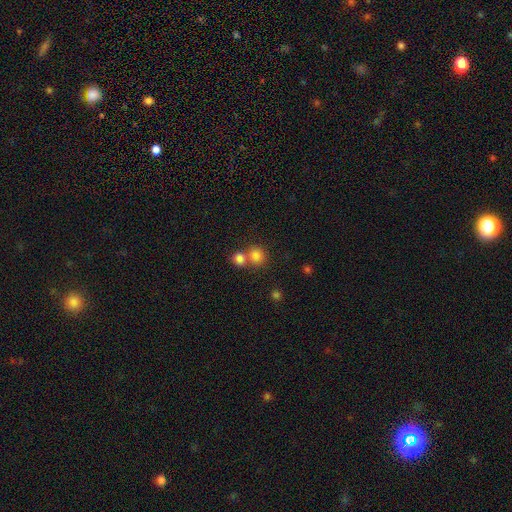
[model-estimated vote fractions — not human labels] A smooth galaxy with no disk features (81%) that is round (82%). Merging: none (51%).